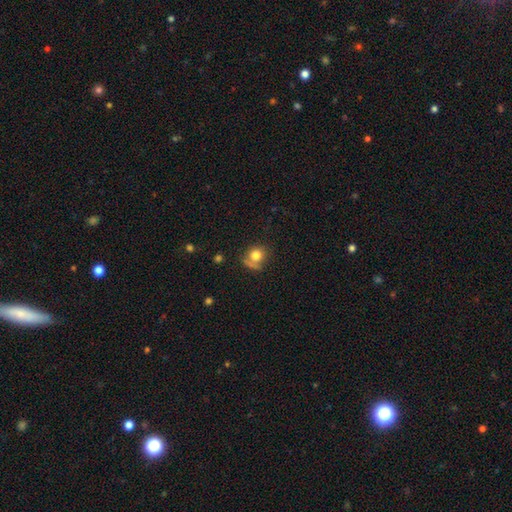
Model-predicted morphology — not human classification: smooth_or_featured: smooth (p=0.78) [alt: featured or disk p=0.11]
how_rounded: round (p=0.79) [alt: in between p=0.20]
merging: none (p=0.55) [alt: minor disturbance p=0.21]